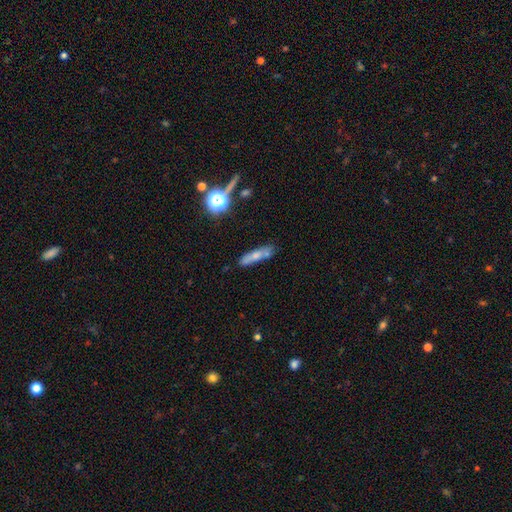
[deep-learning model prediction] The model was most divided on "smooth or featured": smooth: 55%, featured or disk: 31%, star or artifact: 13%. More confident: how rounded — cigar-shaped (73%); merging — none (64%).